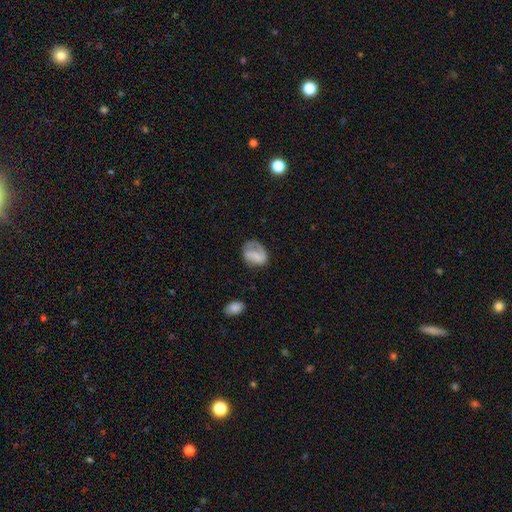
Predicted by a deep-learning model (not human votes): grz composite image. It shows a smooth galaxy with no disk features (58%) that is in between round and cigar-shaped (62%). Merging: none (50%).